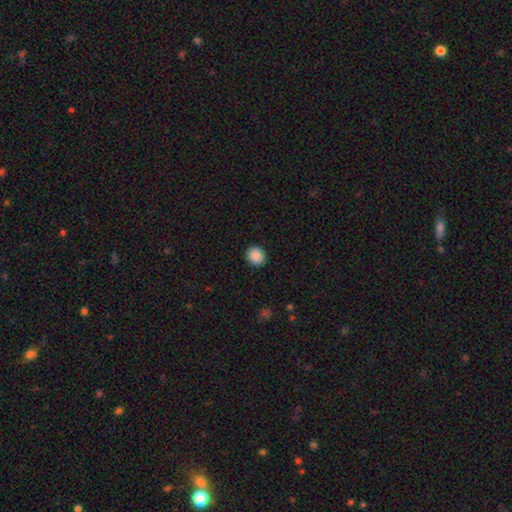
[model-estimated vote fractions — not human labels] Overall: smooth (89%). How rounded: round (81%). Merging: none (91%).